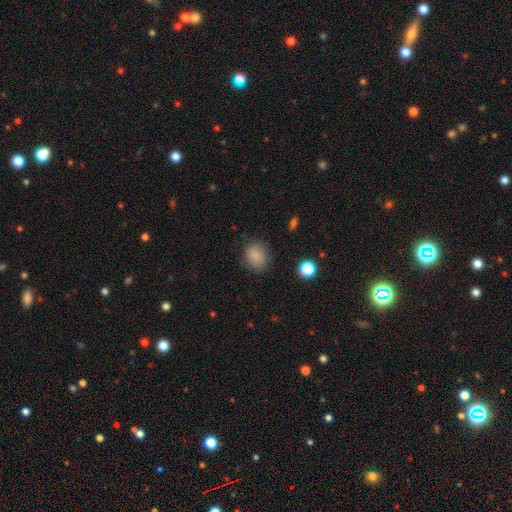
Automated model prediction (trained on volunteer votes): Smooth or featured? smooth (85%)
How rounded? round (66%)
Merging? none (81%)